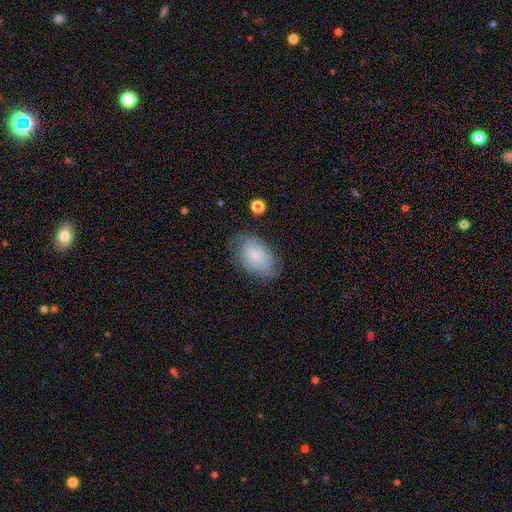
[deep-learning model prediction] smooth_or_featured: smooth (p=0.50) [alt: featured or disk p=0.42]
how_rounded: in between (p=0.89) [alt: round p=0.10]
merging: none (p=0.69) [alt: minor disturbance p=0.21]